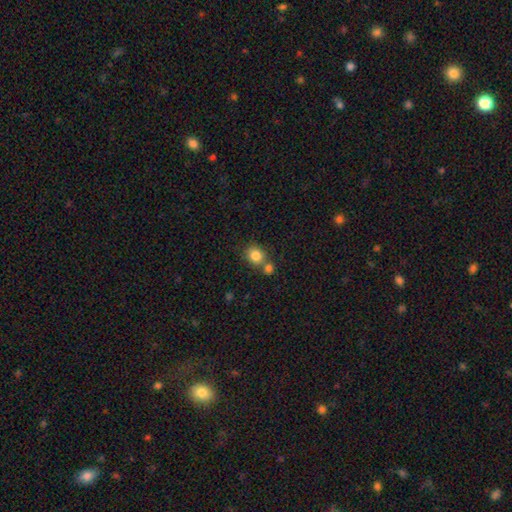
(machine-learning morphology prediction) Smooth or featured?
  - smooth: 83% *
  - star or artifact: 10%
  - featured or disk: 7%
How rounded?
  - round: 76% *
  - in between: 23%
  - cigar-shaped: 1%
Merging?
  - none: 58% *
  - merger: 31%
  - minor disturbance: 9%
  - major disturbance: 3%